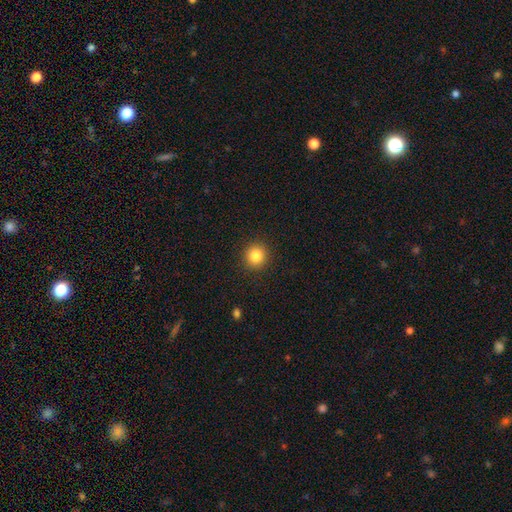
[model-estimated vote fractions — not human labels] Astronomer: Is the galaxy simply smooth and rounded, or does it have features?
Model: smooth — 84%.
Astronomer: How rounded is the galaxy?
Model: round — 93%.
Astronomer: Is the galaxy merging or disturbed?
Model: none — 92%.